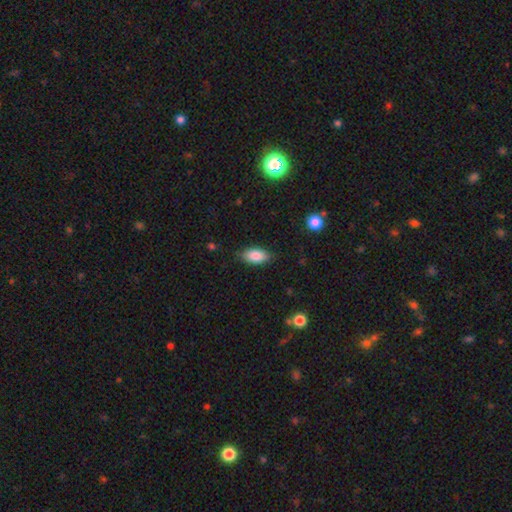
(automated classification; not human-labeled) This is clearly a smooth galaxy (85%). How rounded: clearly in between (91%). Merging: clearly none (81%).